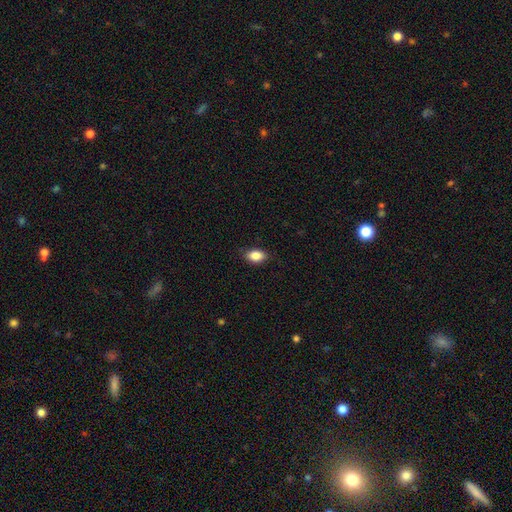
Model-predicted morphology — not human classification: Smooth or featured: smooth — 86% (star or artifact — 8%)
How rounded: in between — 85% (round — 13%)
Merging: none — 86% (minor disturbance — 11%)